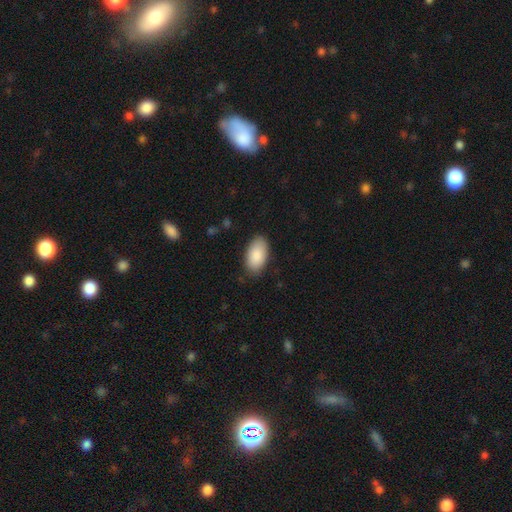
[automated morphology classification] Smooth or featured? smooth (88%)
How rounded? in between (96%)
Merging? none (85%)